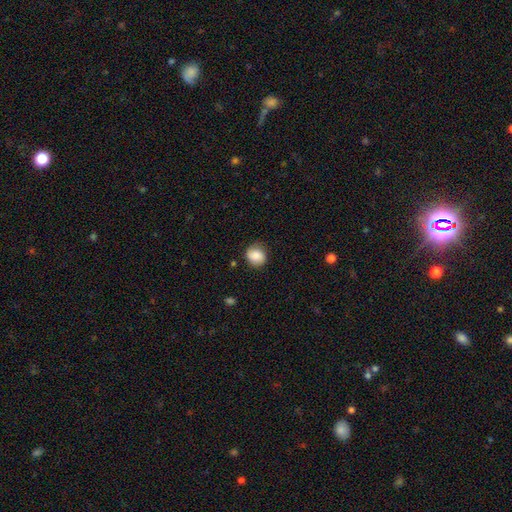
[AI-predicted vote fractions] This appears to be a smooth galaxy with no disk features (83%) that is round (73%). Merging: none (70%).